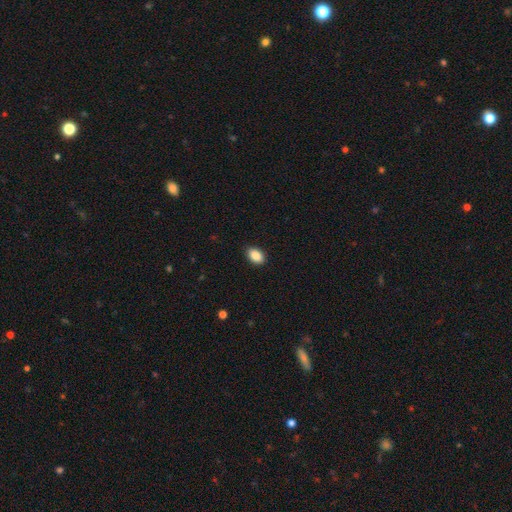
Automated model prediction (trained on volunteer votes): Q: Smooth or featured?
A: smooth (89%); runner-up: star or artifact (8%)
Q: How rounded?
A: in between (89%); runner-up: round (10%)
Q: Merging?
A: none (89%); runner-up: minor disturbance (8%)